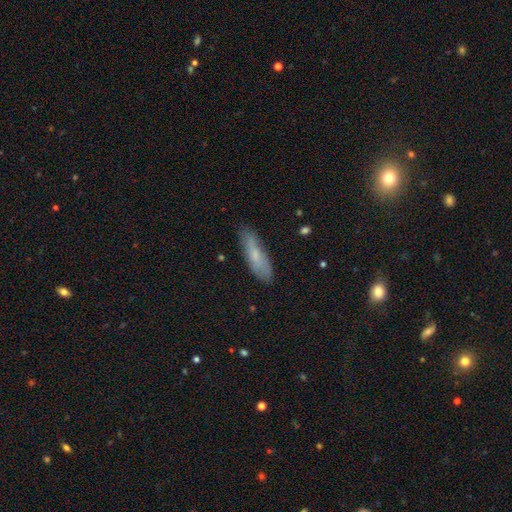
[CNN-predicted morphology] type=smooth (68%); roundness=cigar-shaped (57%); merging=none (78%).